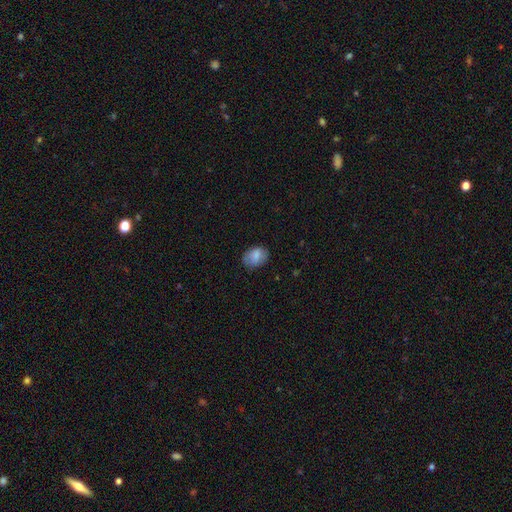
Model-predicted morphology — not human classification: Smooth or featured: smooth — 82% (featured or disk — 11%)
How rounded: in between — 78% (round — 21%)
Merging: none — 76% (minor disturbance — 18%)